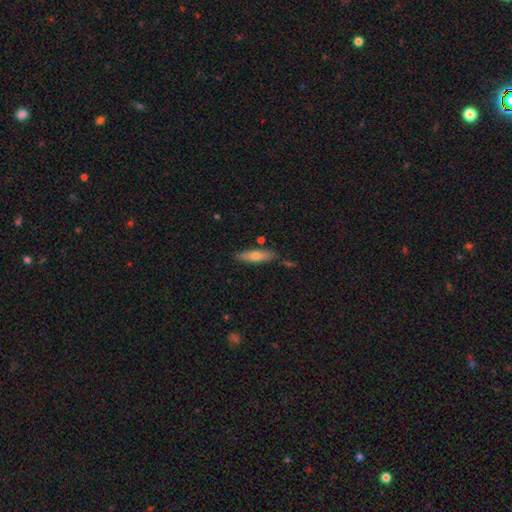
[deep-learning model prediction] Q: Smooth or featured?
A: smooth (64%); runner-up: featured or disk (29%)
Q: How rounded?
A: cigar-shaped (67%); runner-up: in between (31%)
Q: Merging?
A: none (81%); runner-up: minor disturbance (12%)